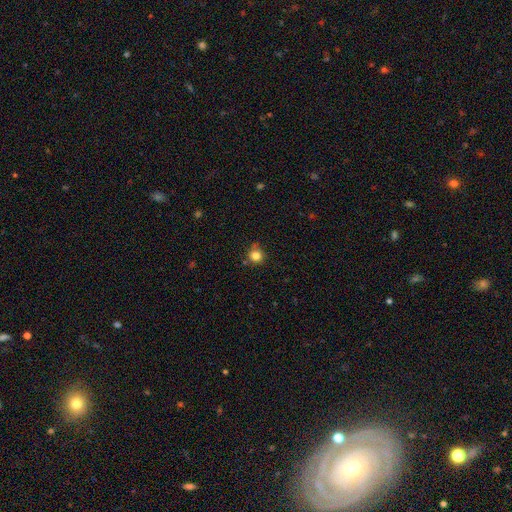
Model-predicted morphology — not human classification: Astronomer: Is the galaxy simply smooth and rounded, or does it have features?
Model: smooth — 82%.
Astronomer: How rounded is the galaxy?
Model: round — 91%.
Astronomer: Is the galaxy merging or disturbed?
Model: none — 74%.